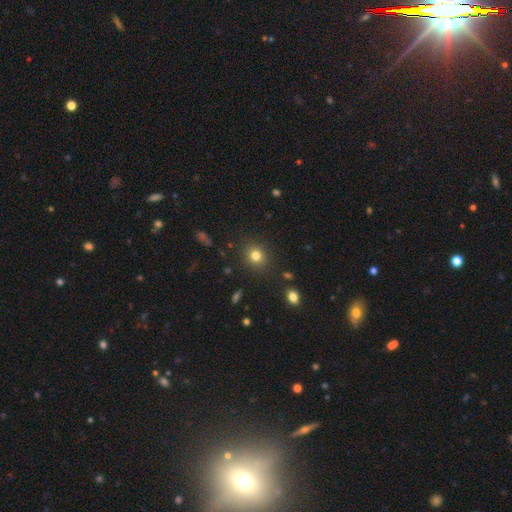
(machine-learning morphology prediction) smooth 80%, star or artifact 13%, featured or disk 7%. Down the decision tree: how rounded — round (80%); merging — none (87%).